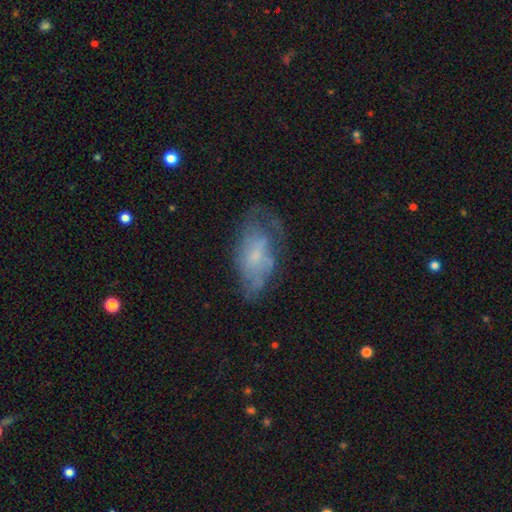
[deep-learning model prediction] smooth_or_featured: featured or disk (p=0.52) [alt: smooth p=0.39]
disk_edge_on: no (p=0.92) [alt: yes p=0.08]
merging: none (p=0.46) [alt: minor disturbance p=0.28]